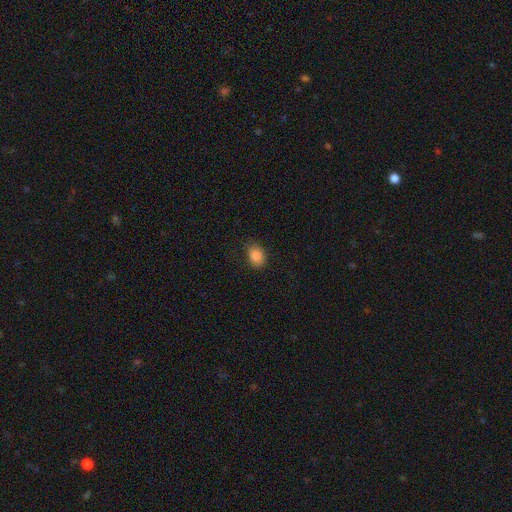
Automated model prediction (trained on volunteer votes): Morphology: type=smooth (86%); roundness=in between (69%); merging=none (82%).